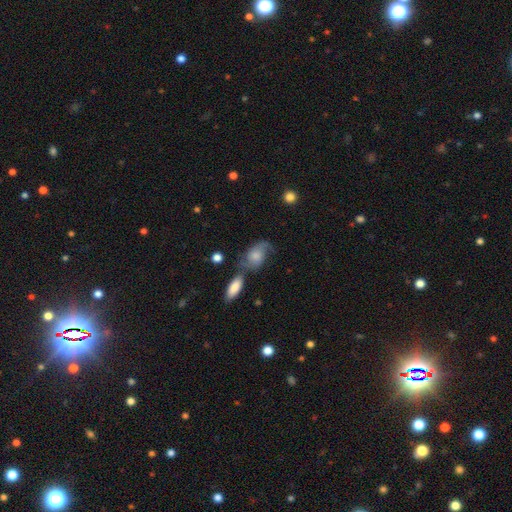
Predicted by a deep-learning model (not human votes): This appears to be a featured or disk galaxy (56%) with no bar (69%), spiral arms (90%) and a moderate central bulge (28%). Merging: none (46%).